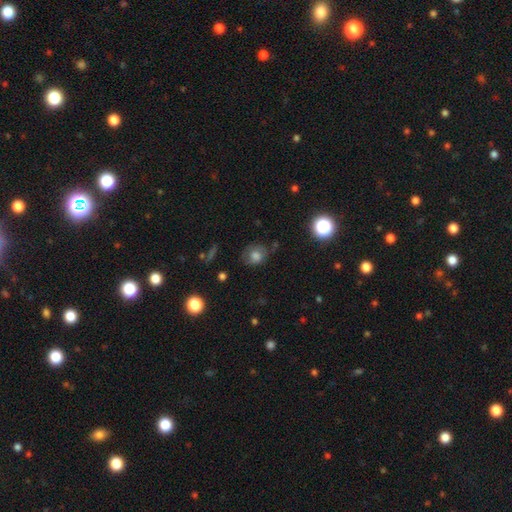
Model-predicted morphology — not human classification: Q: Smooth or featured?
A: smooth (69%); runner-up: featured or disk (17%)
Q: How rounded?
A: round (61%); runner-up: in between (37%)
Q: Merging?
A: none (65%); runner-up: minor disturbance (24%)